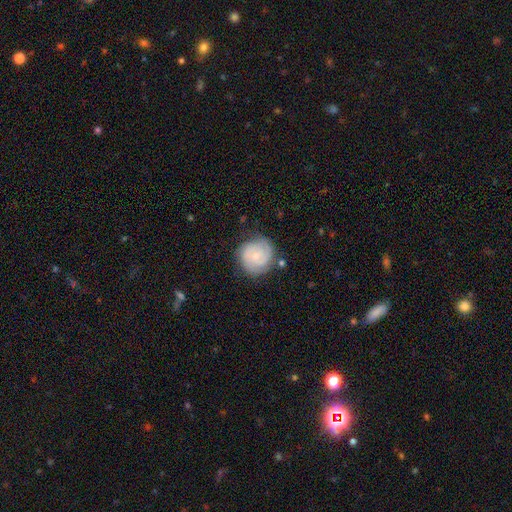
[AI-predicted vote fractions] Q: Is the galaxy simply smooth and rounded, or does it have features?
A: featured or disk — 70%.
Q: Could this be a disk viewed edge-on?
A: no — 98%.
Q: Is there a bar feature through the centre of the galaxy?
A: no — 73%.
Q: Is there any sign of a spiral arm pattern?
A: yes — 91%.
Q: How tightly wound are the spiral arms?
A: tight — 65%.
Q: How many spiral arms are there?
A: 2 — 44%.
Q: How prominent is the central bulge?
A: small — 68%.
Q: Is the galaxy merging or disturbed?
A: none — 76%.